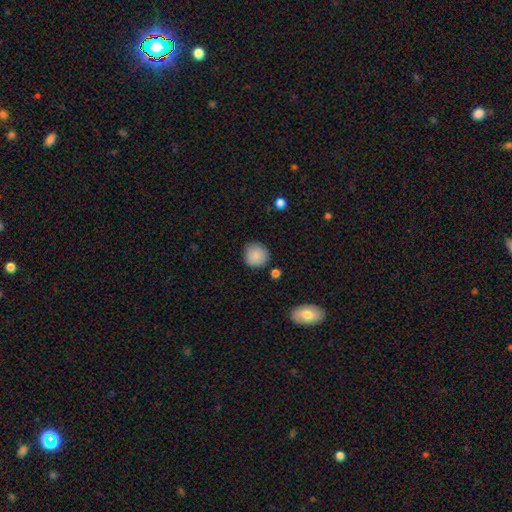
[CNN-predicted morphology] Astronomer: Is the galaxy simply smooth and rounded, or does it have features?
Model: smooth — 87%.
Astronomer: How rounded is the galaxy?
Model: round — 93%.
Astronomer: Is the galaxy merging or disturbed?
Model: none — 86%.